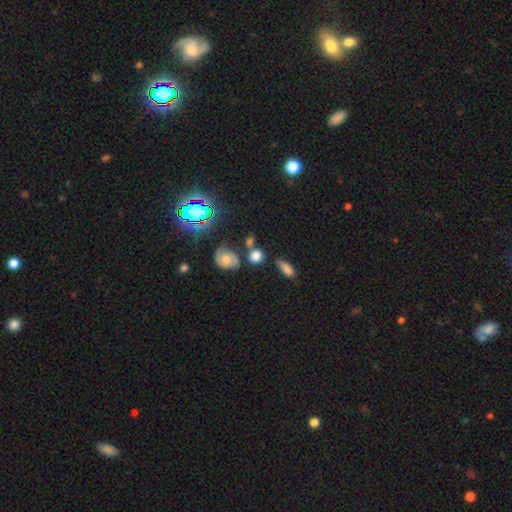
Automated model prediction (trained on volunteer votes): Smooth or featured?
  - smooth: 71% *
  - star or artifact: 16%
  - featured or disk: 13%
How rounded?
  - round: 53% *
  - in between: 43%
  - cigar-shaped: 4%
Merging?
  - none: 58% *
  - merger: 19%
  - minor disturbance: 17%
  - major disturbance: 7%